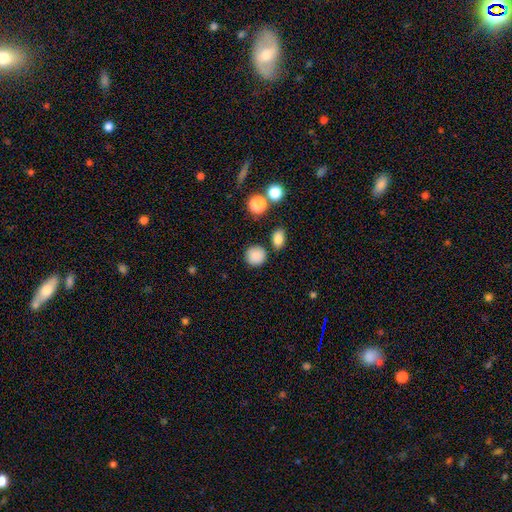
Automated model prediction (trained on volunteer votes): Smooth or featured? smooth (86%)
How rounded? round (90%)
Merging? none (83%)